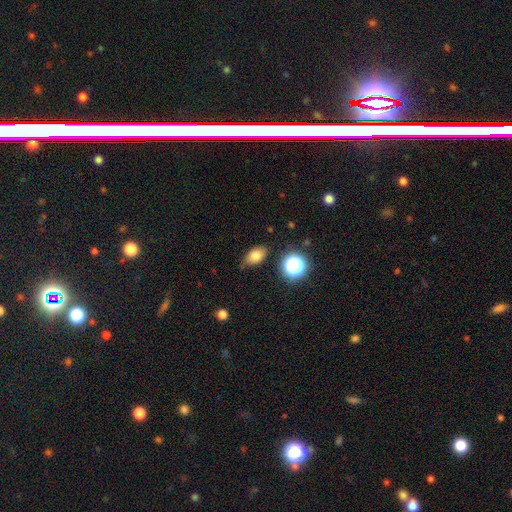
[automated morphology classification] type=smooth (77%); roundness=in between (81%); merging=none (75%).